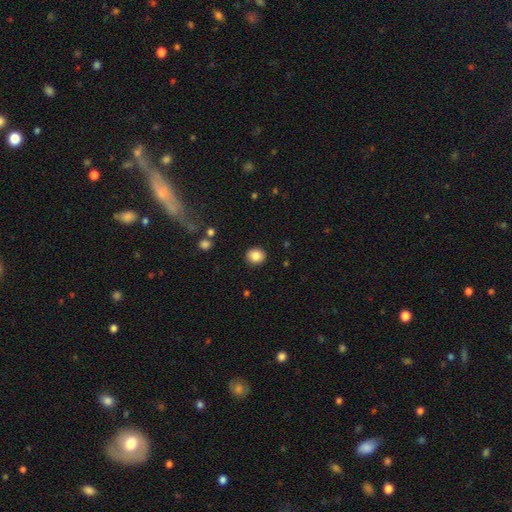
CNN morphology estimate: Q: Smooth or featured?
A: smooth (86%); runner-up: star or artifact (9%)
Q: How rounded?
A: round (77%); runner-up: in between (22%)
Q: Merging?
A: none (90%); runner-up: minor disturbance (6%)